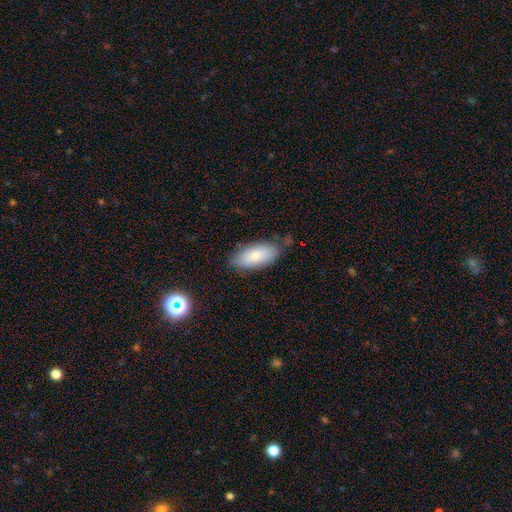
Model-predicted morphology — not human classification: A smooth galaxy with no disk features (80%) that is in between round and cigar-shaped (89%).

Vote fractions:
- Smooth or featured? smooth: 80% / featured or disk: 14% / star or artifact: 7%
- How rounded? in between: 89% / cigar-shaped: 8% / round: 2%
- Merging? none: 72% / minor disturbance: 20% / major disturbance: 4% / merger: 4%